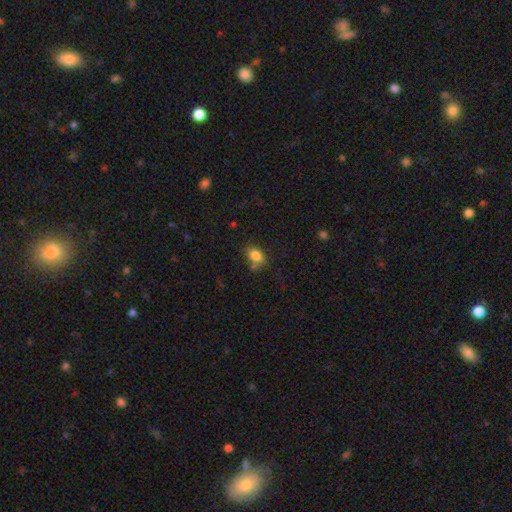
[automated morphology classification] Q: Smooth or featured?
A: smooth (83%); runner-up: star or artifact (10%)
Q: How rounded?
A: in between (77%); runner-up: round (21%)
Q: Merging?
A: none (65%); runner-up: minor disturbance (16%)